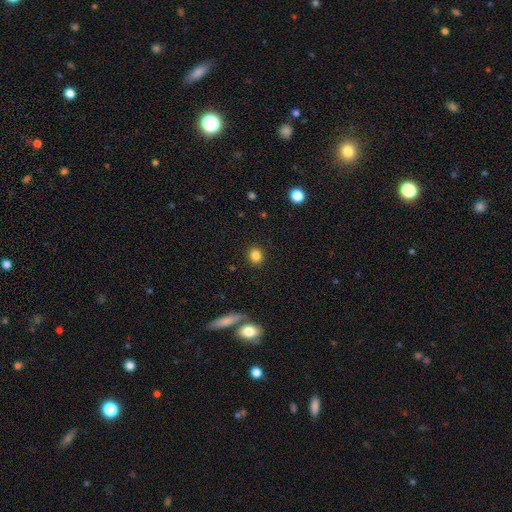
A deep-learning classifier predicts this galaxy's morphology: Smooth or featured? smooth (84%)
How rounded? round (80%)
Merging? none (91%)